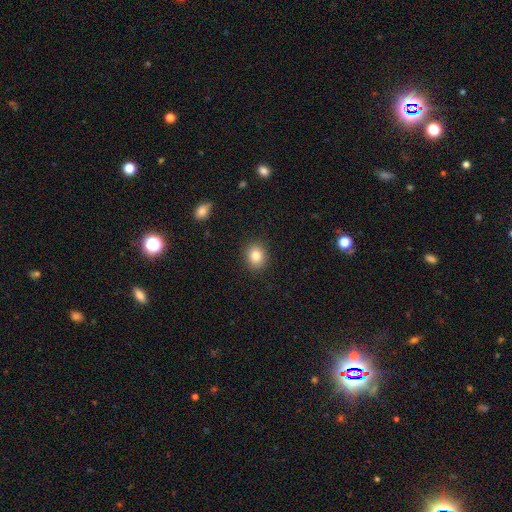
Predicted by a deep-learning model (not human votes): A smooth galaxy with no disk features (84%) that is round (68%). Merging: none (89%).